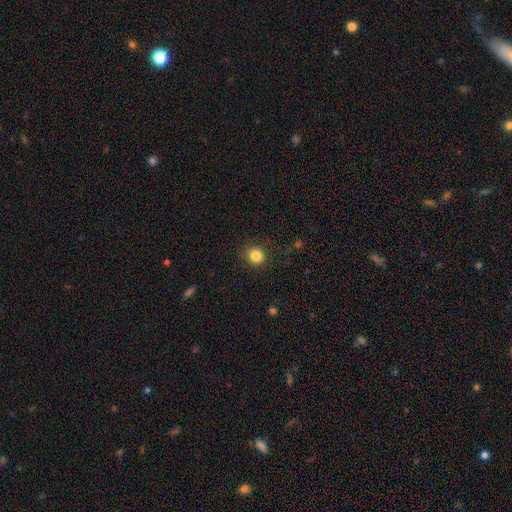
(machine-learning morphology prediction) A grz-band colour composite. It shows a smooth galaxy with no disk features (85%) that is round (92%). Merging: none (89%).